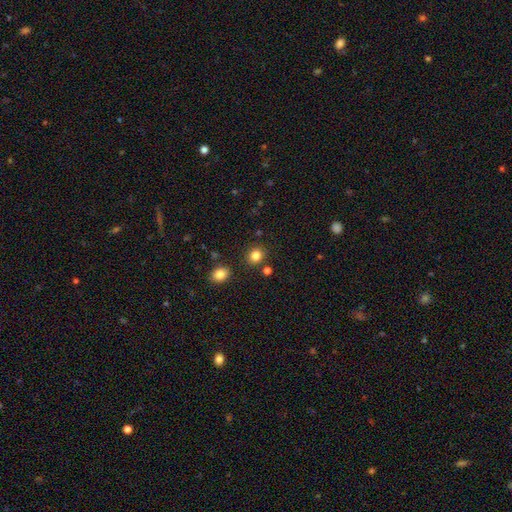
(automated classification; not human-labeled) This appears to be a smooth galaxy with no disk features (84%) that is round (74%). Merging: none (85%).